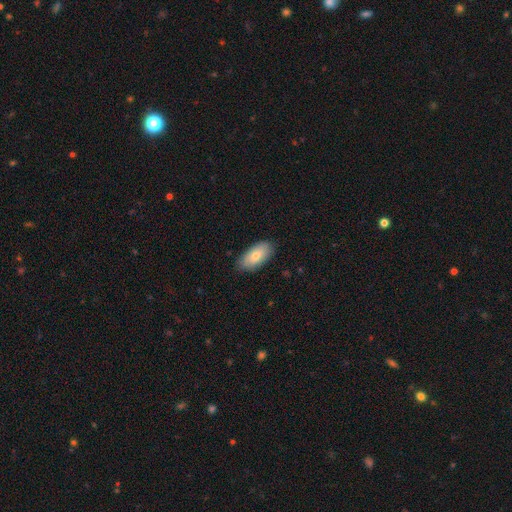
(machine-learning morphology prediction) A smooth galaxy with no disk features (77%) that is in between round and cigar-shaped (91%).

Vote fractions:
- Smooth or featured? smooth: 77% / featured or disk: 16% / star or artifact: 6%
- How rounded? in between: 91% / cigar-shaped: 7% / round: 3%
- Merging? none: 85% / minor disturbance: 12% / major disturbance: 2% / merger: 1%